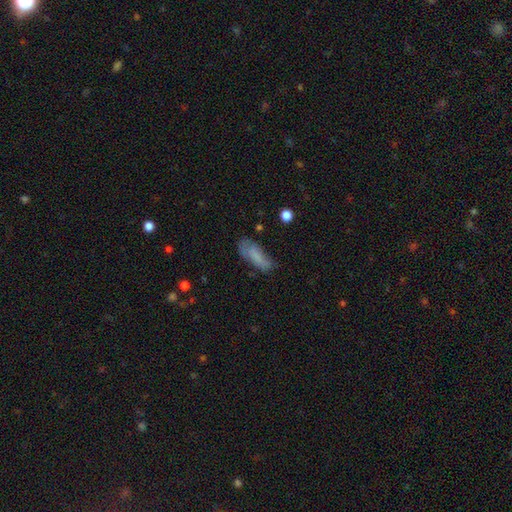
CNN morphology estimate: Overall: smooth (70%). How rounded: in between (62%; cigar-shaped 36%). Merging: none (50%; minor disturbance 31%).